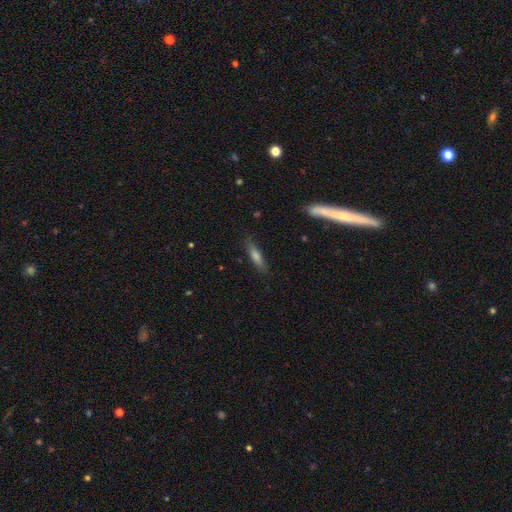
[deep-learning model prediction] smooth 61%, featured or disk 31%, star or artifact 9%. Down the decision tree: how rounded — cigar-shaped (80%); merging — none (84%).